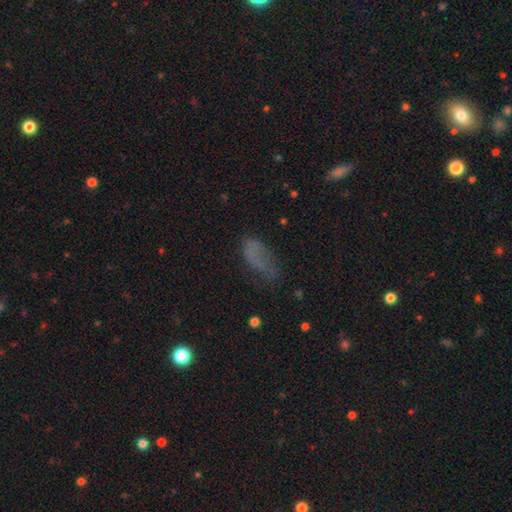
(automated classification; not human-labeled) This is possibly a smooth galaxy (58%). How rounded: clearly in between (88%). Merging: marginally none (43%).